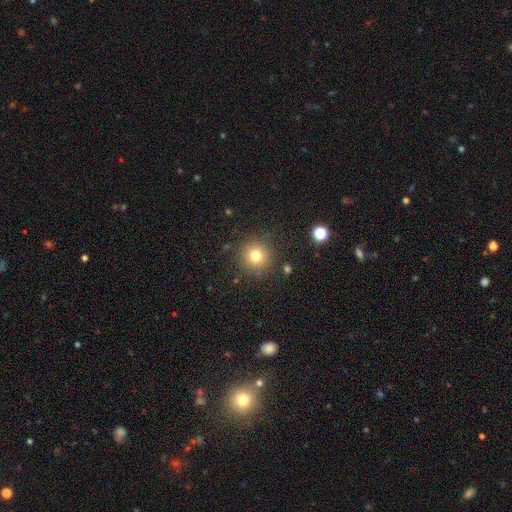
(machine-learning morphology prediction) Smooth or featured? Predicted: smooth (p=0.76). How rounded? Predicted: round (p=0.95). Merging? Predicted: none (p=0.88).